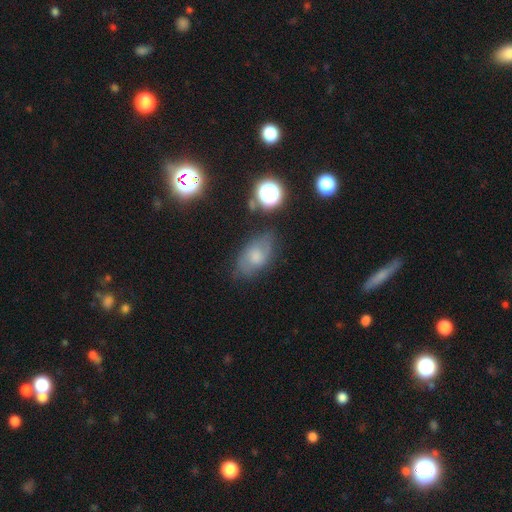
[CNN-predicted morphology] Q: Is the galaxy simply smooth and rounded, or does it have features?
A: smooth — 51%.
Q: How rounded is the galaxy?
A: in between — 86%.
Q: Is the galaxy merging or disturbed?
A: none — 66%.